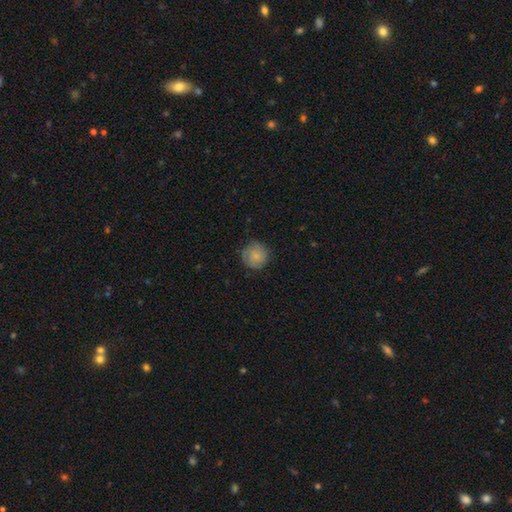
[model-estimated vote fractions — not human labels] The model was most divided on "merging": none: 77%, minor disturbance: 18%, major disturbance: 4%, merger: 1%. More confident: how rounded — round (93%); smooth or featured — smooth (77%).